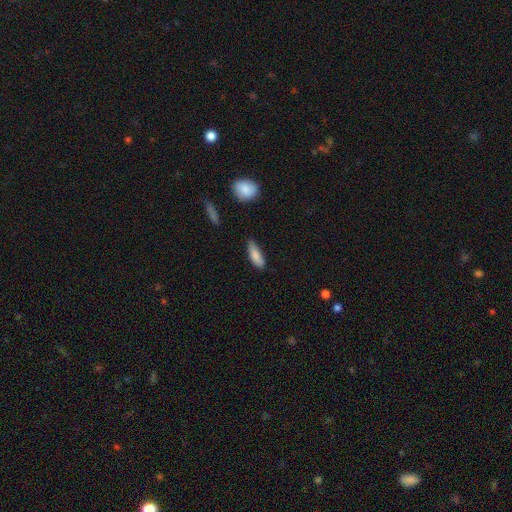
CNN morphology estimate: smooth-or-featured: smooth: 85% | featured or disk: 9% | star or artifact: 7%
  how-rounded: in between: 60% | cigar-shaped: 38% | round: 2%
  merging: none: 68% | minor disturbance: 25% | major disturbance: 4% | merger: 2%